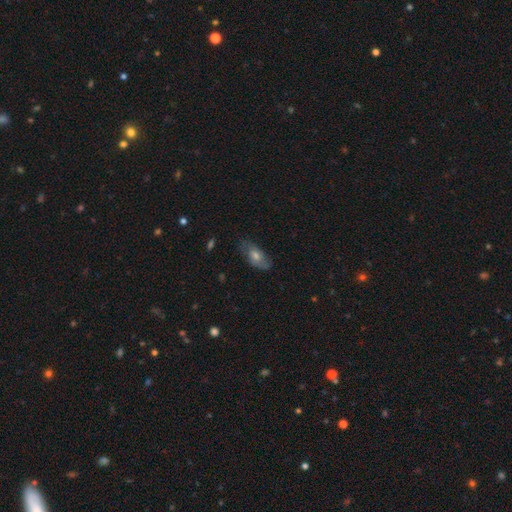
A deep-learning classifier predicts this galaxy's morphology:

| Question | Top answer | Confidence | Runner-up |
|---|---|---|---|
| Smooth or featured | smooth | 46% | featured or disk (44%) |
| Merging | none | 74% | minor disturbance (19%) |